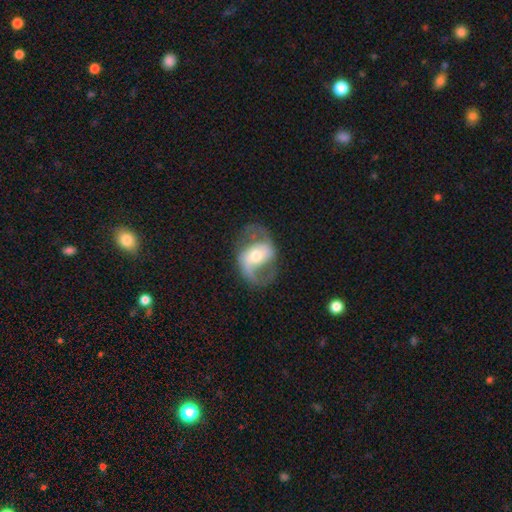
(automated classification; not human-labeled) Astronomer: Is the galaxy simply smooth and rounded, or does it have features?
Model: featured or disk — 83%.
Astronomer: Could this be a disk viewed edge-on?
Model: no — 97%.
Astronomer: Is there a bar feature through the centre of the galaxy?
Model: weak — 38%, tied with no at 38%.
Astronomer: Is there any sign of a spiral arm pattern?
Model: yes — 91%.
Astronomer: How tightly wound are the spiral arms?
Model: medium — 48% (runner-up: loose, 39%).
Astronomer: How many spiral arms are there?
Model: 2 — 87%.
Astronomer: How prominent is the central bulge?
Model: moderate — 62%.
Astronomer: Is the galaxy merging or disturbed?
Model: none — 67%.